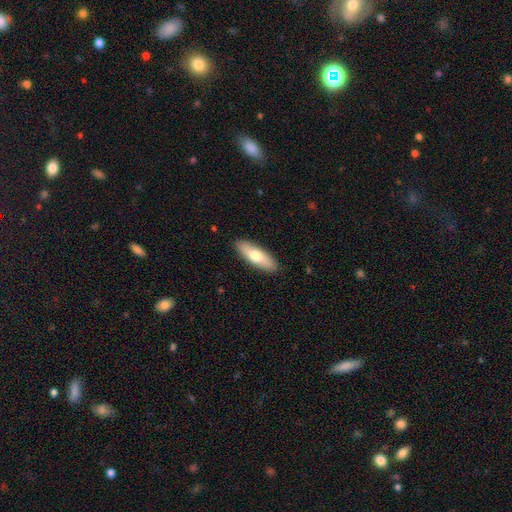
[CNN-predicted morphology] smooth_or_featured: smooth (p=0.71) [alt: featured or disk p=0.24]
how_rounded: in between (p=0.54) [alt: cigar-shaped p=0.44]
merging: none (p=0.89) [alt: minor disturbance p=0.09]